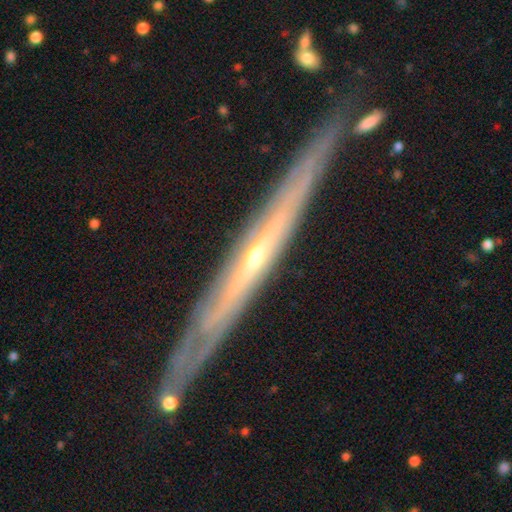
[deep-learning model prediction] Morphology: type=featured or disk (80%); edge-on=yes (91%); edge-on bulge=none (50%); merging=none (85%).